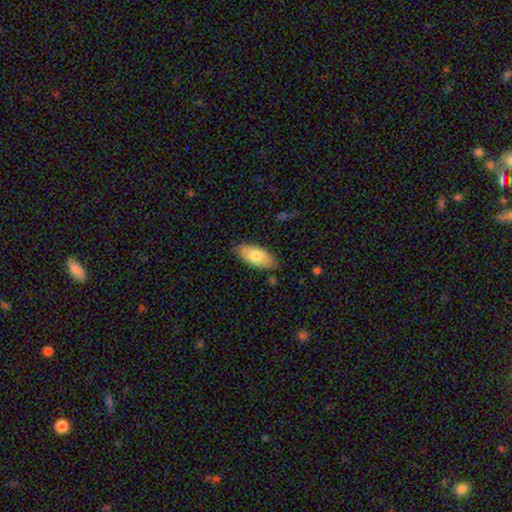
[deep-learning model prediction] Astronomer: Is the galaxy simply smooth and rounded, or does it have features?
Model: smooth — 77%.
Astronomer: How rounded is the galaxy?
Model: in between — 89%.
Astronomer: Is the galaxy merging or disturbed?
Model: none — 81%.